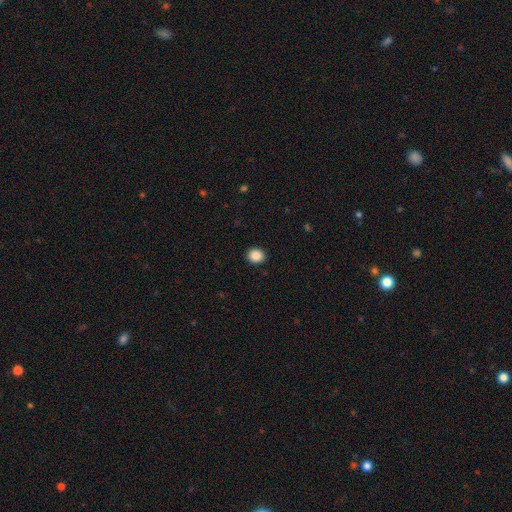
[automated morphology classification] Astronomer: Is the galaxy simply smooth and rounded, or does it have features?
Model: smooth — 88%.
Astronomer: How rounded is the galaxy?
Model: round — 81%.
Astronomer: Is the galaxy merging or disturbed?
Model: none — 92%.